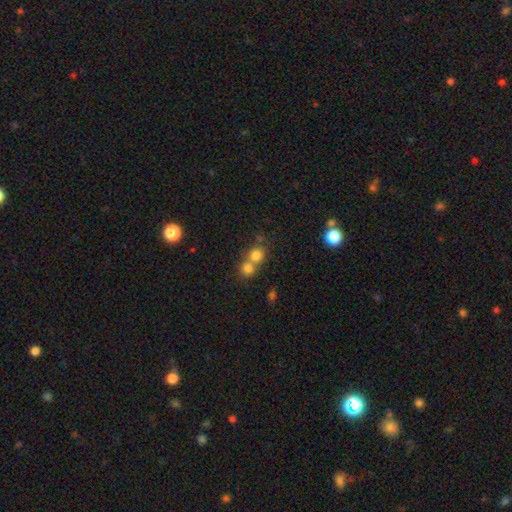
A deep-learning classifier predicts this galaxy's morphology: Smooth or featured? Predicted: smooth (p=0.77). How rounded? Predicted: round (p=0.84). Merging? Predicted: merger (p=0.52).